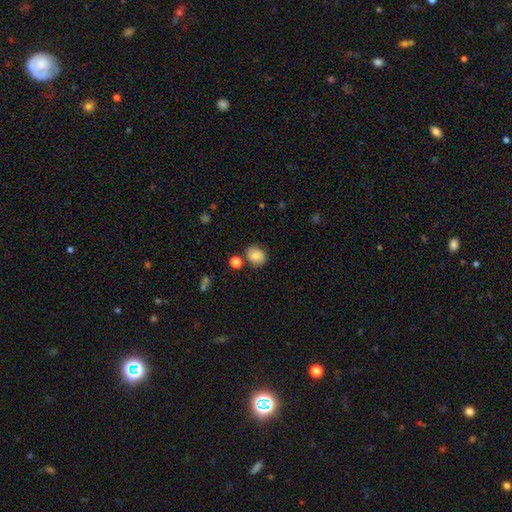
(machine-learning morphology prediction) Smooth or featured?
  - smooth: 80% *
  - featured or disk: 11%
  - star or artifact: 9%
How rounded?
  - round: 66% *
  - in between: 33%
  - cigar-shaped: 1%
Merging?
  - none: 79% *
  - minor disturbance: 12%
  - merger: 6%
  - major disturbance: 3%